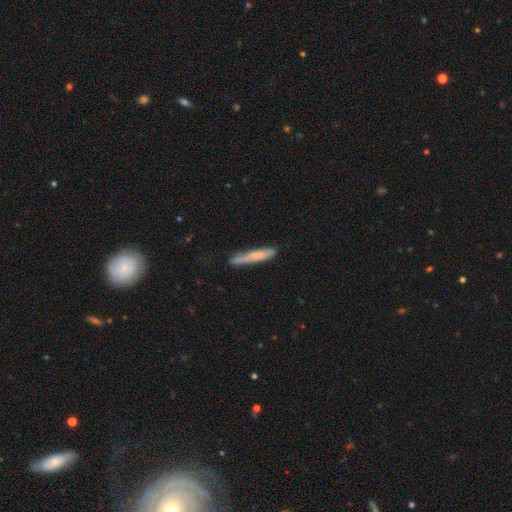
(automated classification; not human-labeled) Q: Smooth or featured?
A: smooth (66%); runner-up: featured or disk (28%)
Q: How rounded?
A: cigar-shaped (94%); runner-up: in between (5%)
Q: Merging?
A: none (74%); runner-up: minor disturbance (19%)